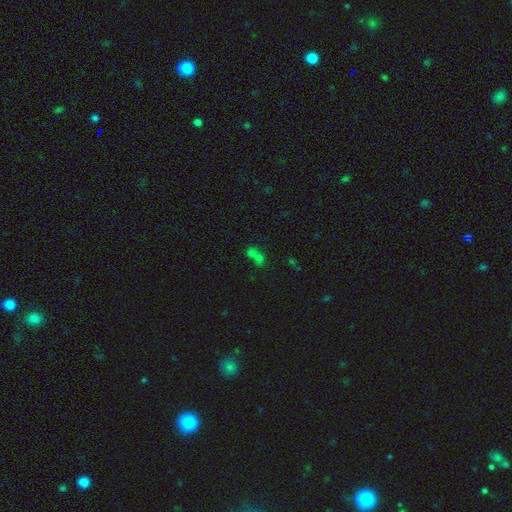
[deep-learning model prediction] Q: Smooth or featured?
A: smooth (60%); runner-up: star or artifact (26%)
Q: How rounded?
A: round (57%); runner-up: in between (40%)
Q: Merging?
A: merger (62%); runner-up: none (28%)